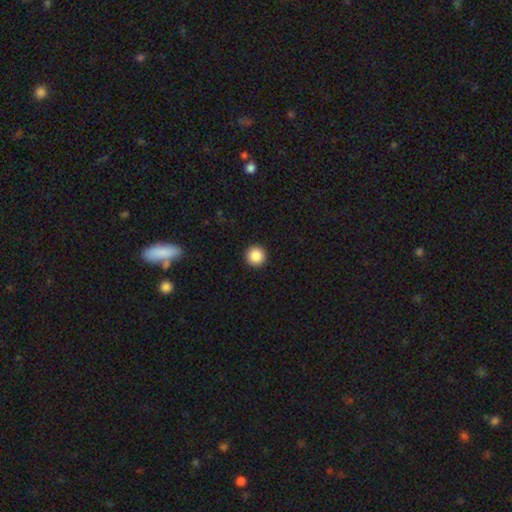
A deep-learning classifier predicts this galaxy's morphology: type=smooth (88%); roundness=round (97%); merging=none (94%).